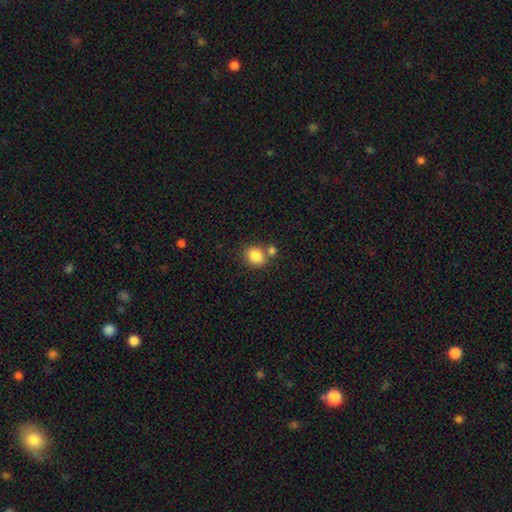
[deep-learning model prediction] A smooth galaxy with no disk features (85%) that is round (52%). Merging: none (61%).